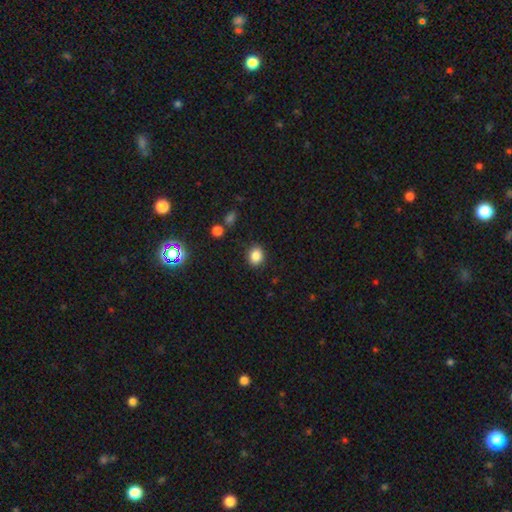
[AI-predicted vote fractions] smooth_or_featured: smooth (p=0.85) [alt: star or artifact p=0.11]
how_rounded: round (p=0.57) [alt: in between p=0.42]
merging: none (p=0.88) [alt: minor disturbance p=0.08]